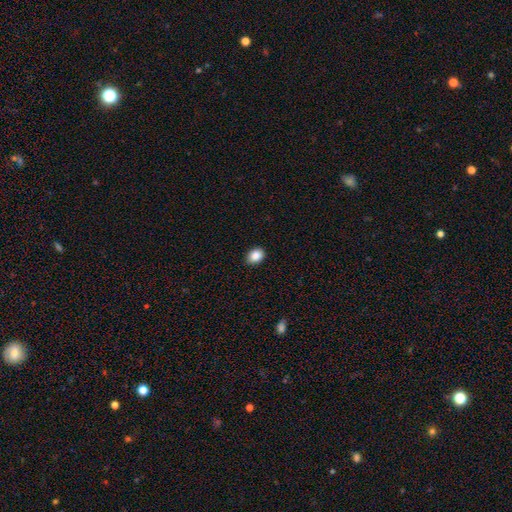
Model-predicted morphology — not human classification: Overall: smooth (88%). How rounded: in between (66%; round 33%). Merging: none (87%).